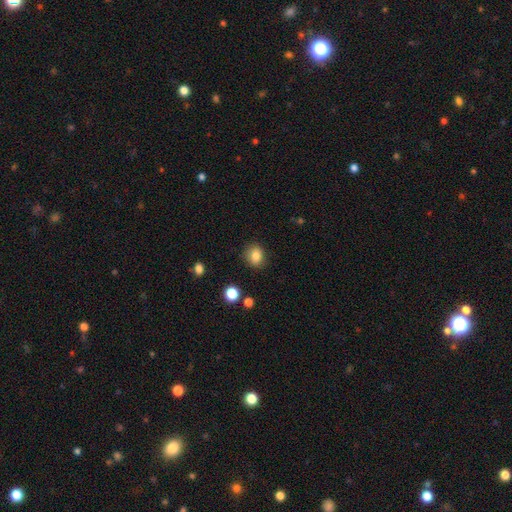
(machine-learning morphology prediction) Q: Smooth or featured?
A: smooth (83%); runner-up: star or artifact (11%)
Q: How rounded?
A: round (69%); runner-up: in between (30%)
Q: Merging?
A: none (86%); runner-up: minor disturbance (10%)